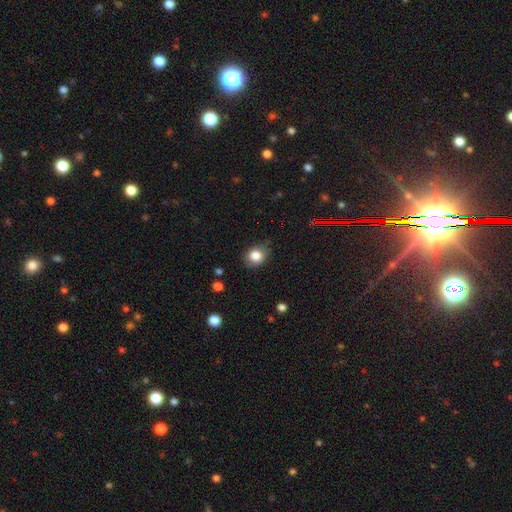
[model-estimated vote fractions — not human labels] Smooth or featured?
  - smooth: 82% *
  - star or artifact: 10%
  - featured or disk: 8%
How rounded?
  - round: 60% *
  - in between: 39%
  - cigar-shaped: 1%
Merging?
  - none: 77% *
  - minor disturbance: 18%
  - major disturbance: 4%
  - merger: 1%